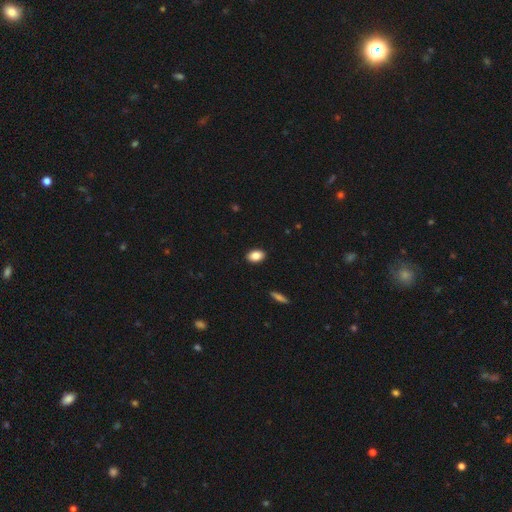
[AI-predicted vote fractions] This is clearly a smooth galaxy (87%). How rounded: clearly in between (89%). Merging: clearly none (90%).